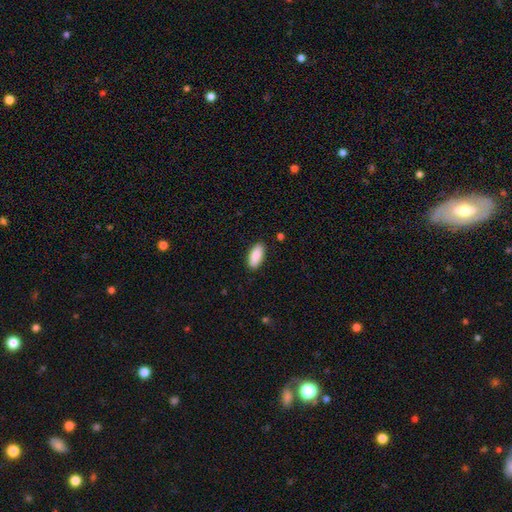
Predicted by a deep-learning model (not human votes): Overall: smooth (89%). How rounded: in between (86%). Merging: none (88%).